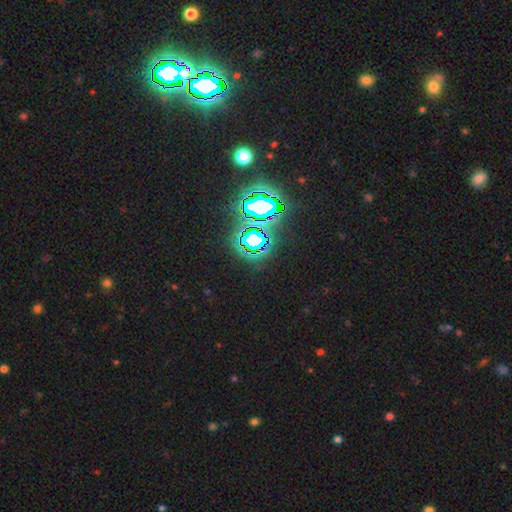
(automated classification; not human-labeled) star or artifact 80%, smooth 13%, featured or disk 7%.